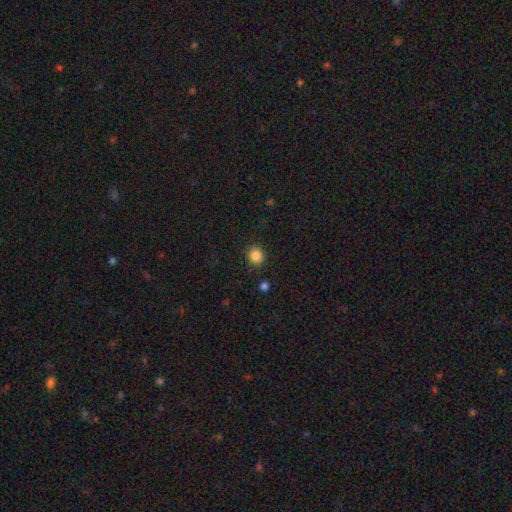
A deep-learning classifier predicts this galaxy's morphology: Overall: smooth (86%). How rounded: round (84%). Merging: none (89%).